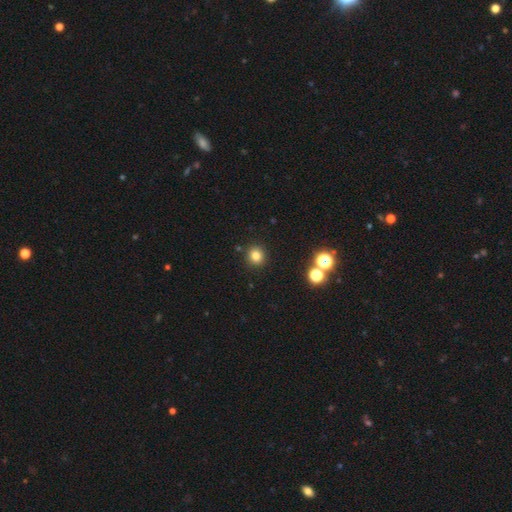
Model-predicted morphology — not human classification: This is likely a smooth galaxy (80%). How rounded: clearly round (91%). Merging: clearly none (90%).